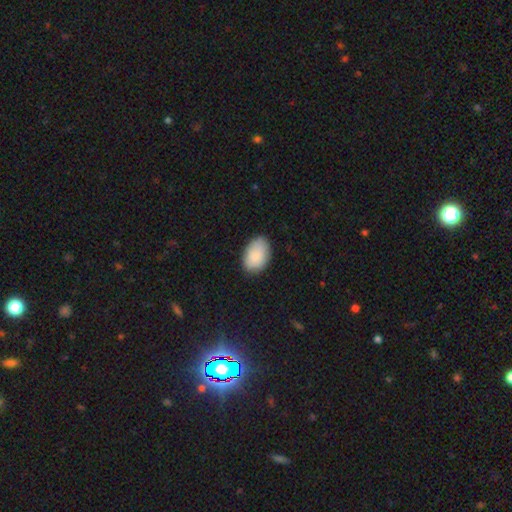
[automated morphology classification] Smooth or featured?
  - smooth: 88% *
  - star or artifact: 6%
  - featured or disk: 6%
How rounded?
  - in between: 89% *
  - round: 10%
  - cigar-shaped: 1%
Merging?
  - none: 82% *
  - minor disturbance: 14%
  - major disturbance: 3%
  - merger: 1%